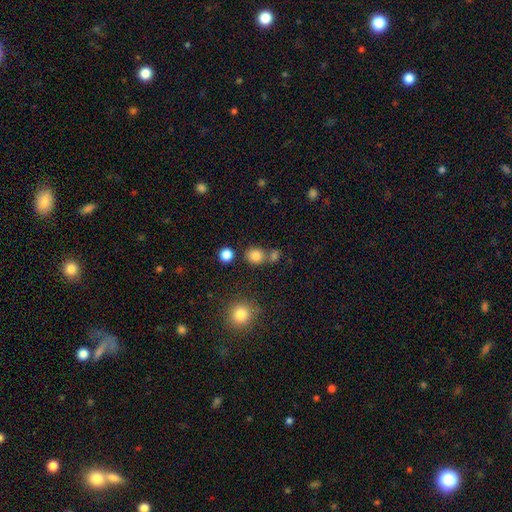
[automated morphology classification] Smooth or featured?
  - smooth: 81% *
  - star or artifact: 13%
  - featured or disk: 6%
How rounded?
  - round: 77% *
  - in between: 22%
  - cigar-shaped: 1%
Merging?
  - none: 66% *
  - merger: 20%
  - minor disturbance: 10%
  - major disturbance: 4%